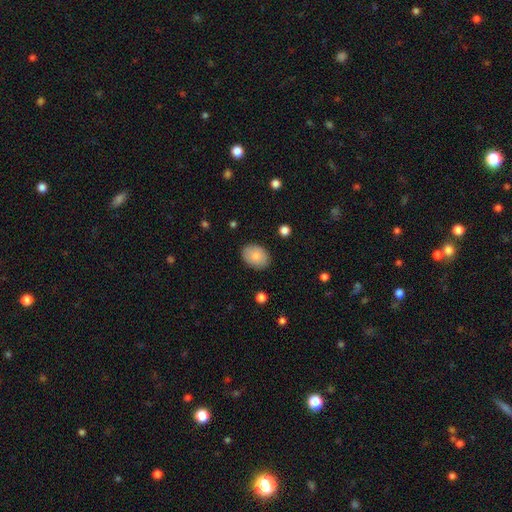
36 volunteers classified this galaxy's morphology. A smooth galaxy with no disk features (86%) that is in between round and cigar-shaped (84%).

Vote fractions:
- Smooth or featured? smooth: 86% / featured or disk: 14% / star or artifact: 0%
- How rounded? in between: 84% / round: 16% / cigar-shaped: 0%
- Merging? none: 83% / minor disturbance: 11% / major disturbance: 3% / merger: 3%